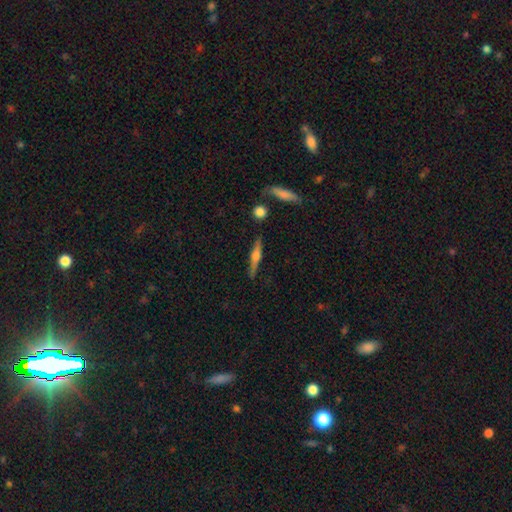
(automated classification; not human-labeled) This appears to be a featured or disk galaxy (66%) viewed edge-on (97%) with a rounded central bulge (82%). Merging: none (86%).